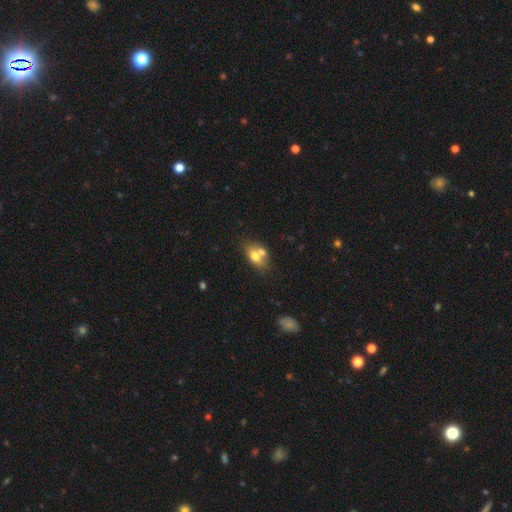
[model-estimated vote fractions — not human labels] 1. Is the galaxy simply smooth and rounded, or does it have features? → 68% smooth, 23% featured or disk, 10% star or artifact.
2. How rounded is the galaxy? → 79% in between, 17% round, 4% cigar-shaped.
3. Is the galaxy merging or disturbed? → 43% merger, 40% none, 12% minor disturbance, 5% major disturbance.